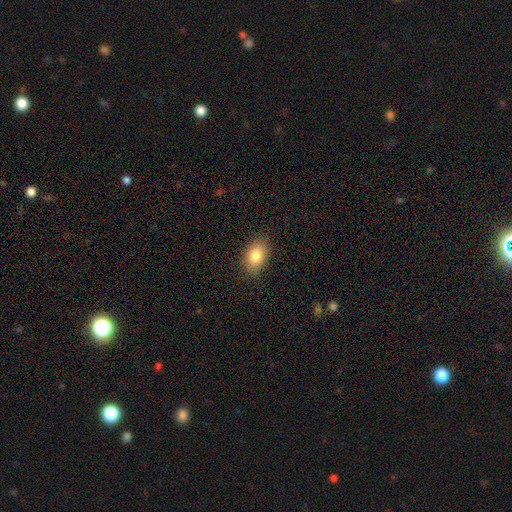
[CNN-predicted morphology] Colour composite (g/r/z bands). It shows a smooth galaxy with no disk features (84%) that is in between round and cigar-shaped (85%). Merging: none (84%).